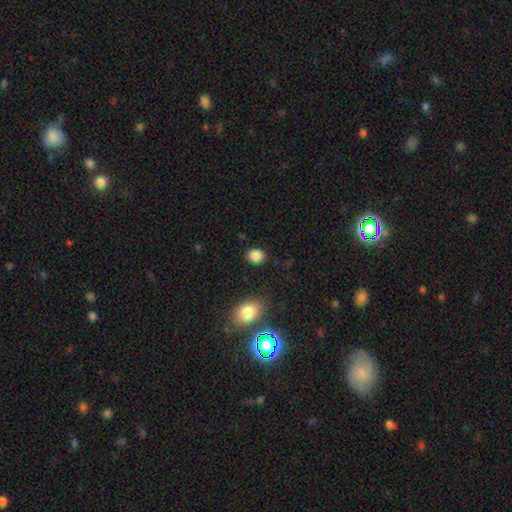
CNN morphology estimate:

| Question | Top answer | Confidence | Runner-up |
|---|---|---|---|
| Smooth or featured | smooth | 87% | star or artifact (9%) |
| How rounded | round | 53% | in between (46%) |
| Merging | none | 87% | minor disturbance (9%) |